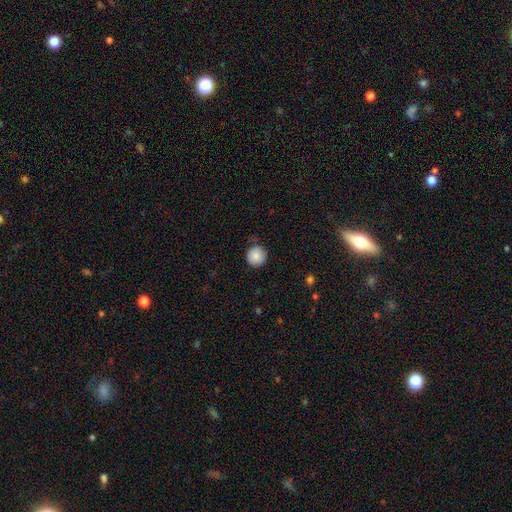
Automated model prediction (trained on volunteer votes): Smooth or featured? smooth (86%)
How rounded? round (94%)
Merging? none (79%)